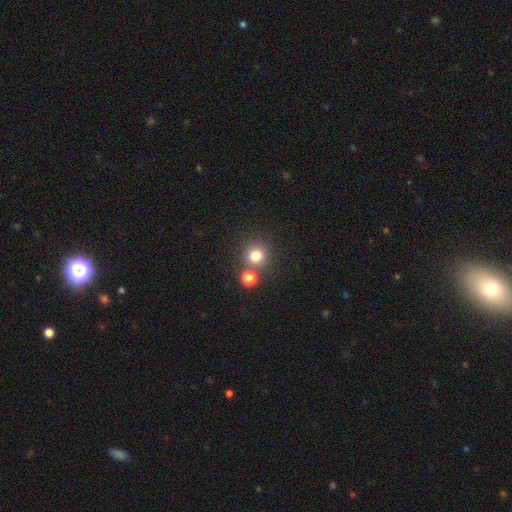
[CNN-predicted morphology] type=smooth (77%); roundness=round (92%); merging=none (72%).